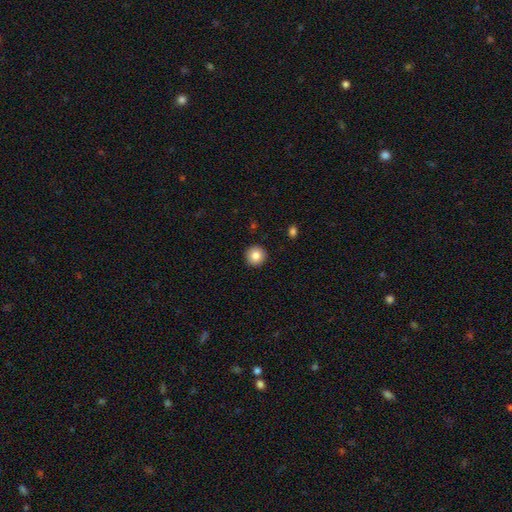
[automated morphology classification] smooth-or-featured: smooth: 85% | star or artifact: 9% | featured or disk: 6%
  how-rounded: round: 95% | in between: 4% | cigar-shaped: 1%
  merging: none: 93% | minor disturbance: 5% | major disturbance: 1% | merger: 1%